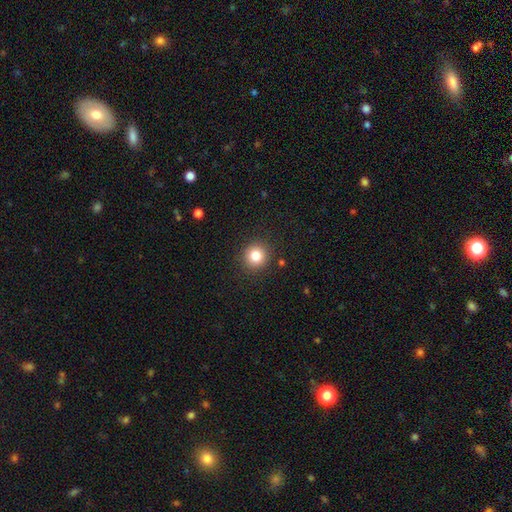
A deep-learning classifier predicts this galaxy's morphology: A smooth galaxy with no disk features (82%) that is round (93%). Merging: none (90%).